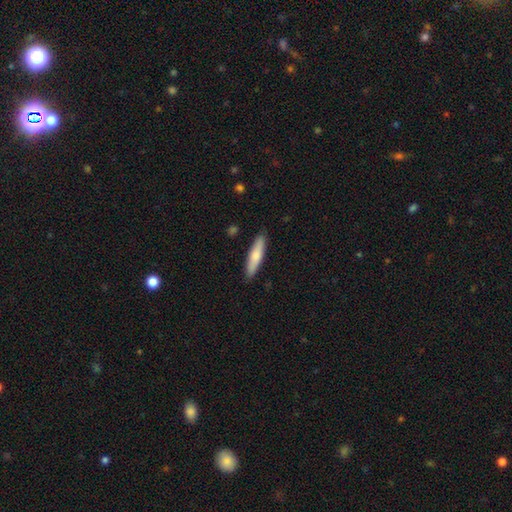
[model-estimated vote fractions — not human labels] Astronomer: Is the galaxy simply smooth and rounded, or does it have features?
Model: smooth — 73%.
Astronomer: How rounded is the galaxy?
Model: cigar-shaped — 79%.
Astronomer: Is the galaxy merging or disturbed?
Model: none — 89%.